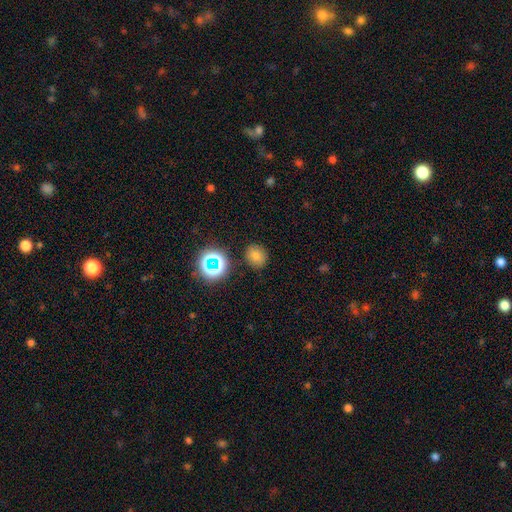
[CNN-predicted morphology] Smooth or featured? Predicted: smooth (p=0.69). How rounded? Predicted: round (p=0.74). Merging? Predicted: none (p=0.87).